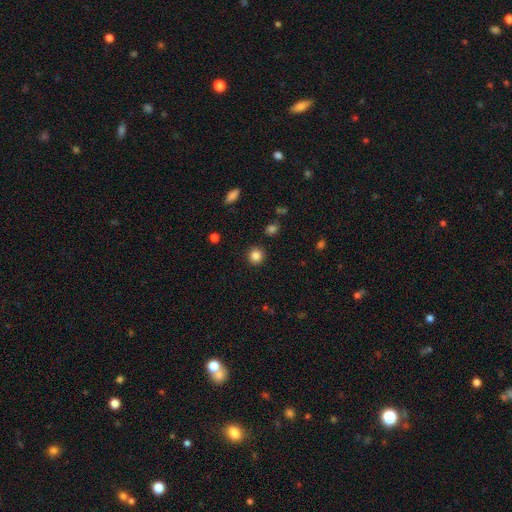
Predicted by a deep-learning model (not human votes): The model was most divided on "smooth or featured": smooth: 85%, star or artifact: 11%, featured or disk: 4%. More confident: how rounded — round (92%); merging — none (91%).